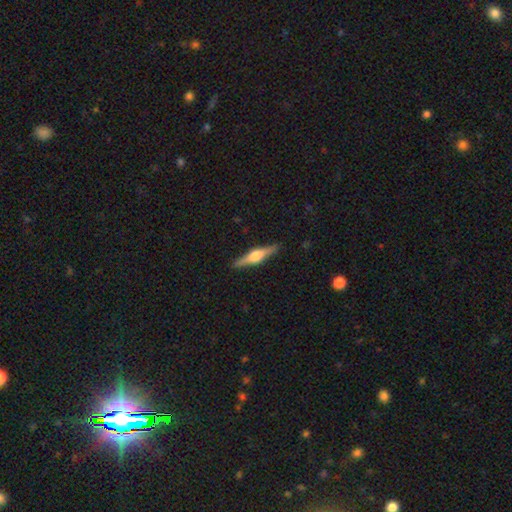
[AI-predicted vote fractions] Smooth or featured?
  - featured or disk: 76% *
  - smooth: 19%
  - star or artifact: 5%
Edge-on disk?
  - yes: 98% *
  - no: 2%
Edge-on bulge?
  - rounded: 91% *
  - boxy: 7%
  - none: 2%
Merging?
  - none: 91% *
  - minor disturbance: 6%
  - major disturbance: 1%
  - merger: 1%